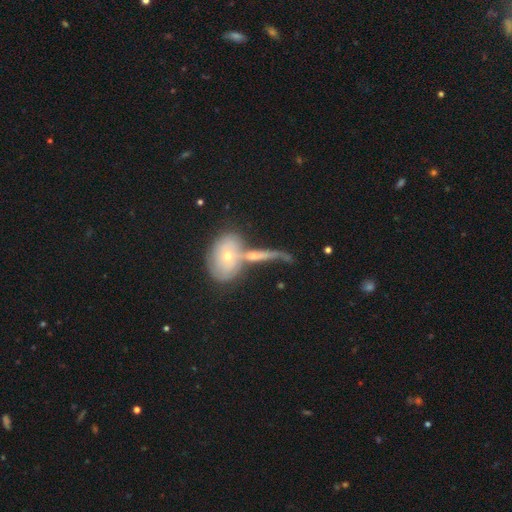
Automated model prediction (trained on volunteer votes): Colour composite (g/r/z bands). It shows a featured or disk galaxy (55%). Merging: merger (49%).